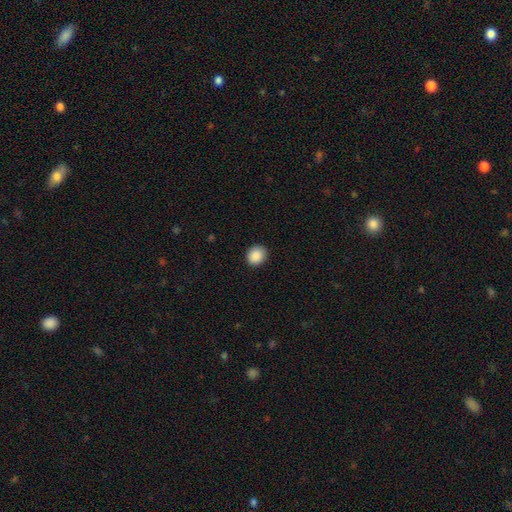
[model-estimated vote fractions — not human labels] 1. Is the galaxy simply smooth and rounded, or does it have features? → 89% smooth, 8% star or artifact, 3% featured or disk.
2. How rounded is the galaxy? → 74% round, 25% in between, 1% cigar-shaped.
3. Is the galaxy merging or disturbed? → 90% none, 7% minor disturbance, 2% major disturbance, 1% merger.